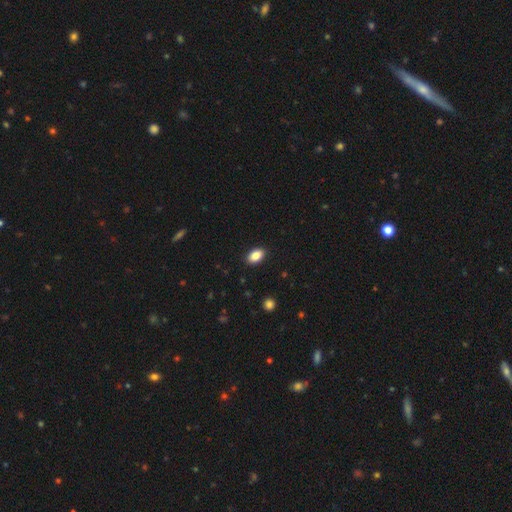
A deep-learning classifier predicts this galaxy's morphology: Overall: smooth (87%). How rounded: in between (91%). Merging: none (90%).